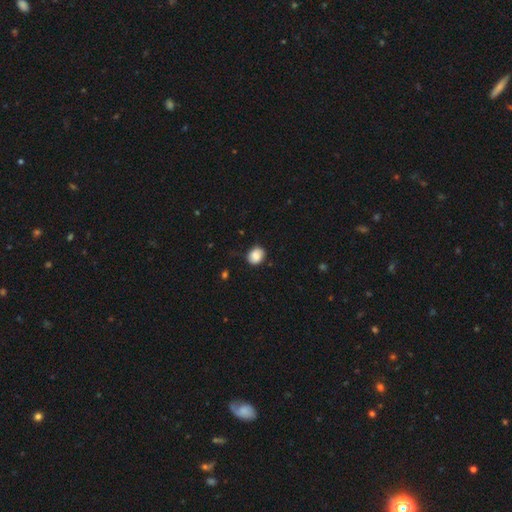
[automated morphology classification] Smooth or featured?
  - smooth: 86% *
  - star or artifact: 8%
  - featured or disk: 6%
How rounded?
  - round: 58% *
  - in between: 41%
  - cigar-shaped: 1%
Merging?
  - none: 78% *
  - minor disturbance: 18%
  - major disturbance: 3%
  - merger: 1%